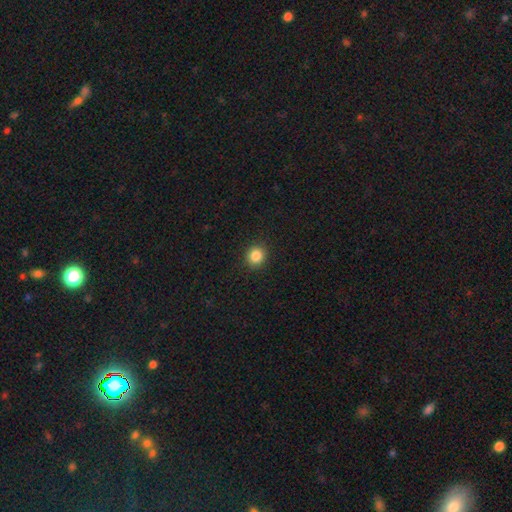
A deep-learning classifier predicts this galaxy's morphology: Overall: smooth (85%). How rounded: round (86%). Merging: none (92%).